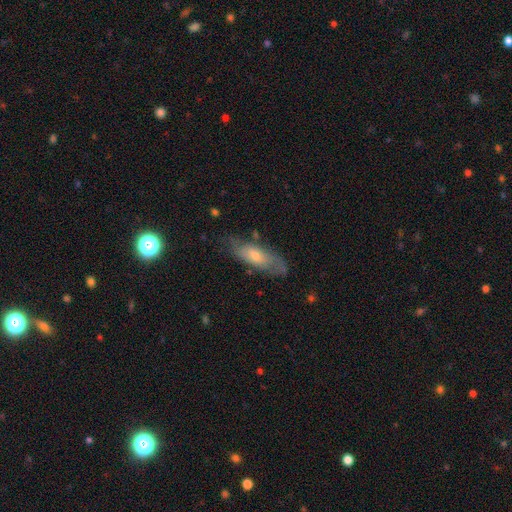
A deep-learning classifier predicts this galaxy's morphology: smooth-or-featured: featured or disk: 50% | smooth: 34% | star or artifact: 16%
  disk-edge-on: no: 62% | yes: 38%
  merging: none: 76% | minor disturbance: 17% | major disturbance: 5% | merger: 2%